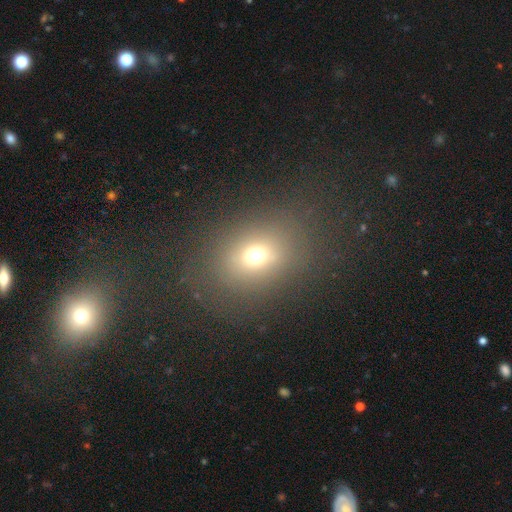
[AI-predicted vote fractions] smooth_or_featured: smooth (p=0.67) [alt: star or artifact p=0.20]
how_rounded: in between (p=0.50) [alt: round p=0.49]
merging: none (p=0.77) [alt: minor disturbance p=0.12]